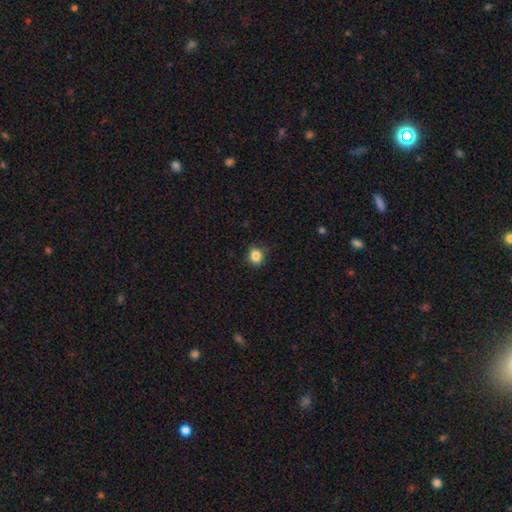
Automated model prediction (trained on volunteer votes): This is clearly a smooth galaxy (85%). How rounded: likely round (79%). Merging: clearly none (87%).